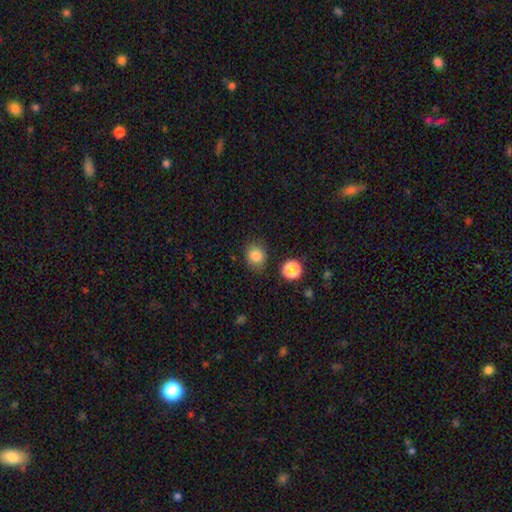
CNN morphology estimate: A smooth galaxy with no disk features (84%) that is round (69%). Merging: none (82%).